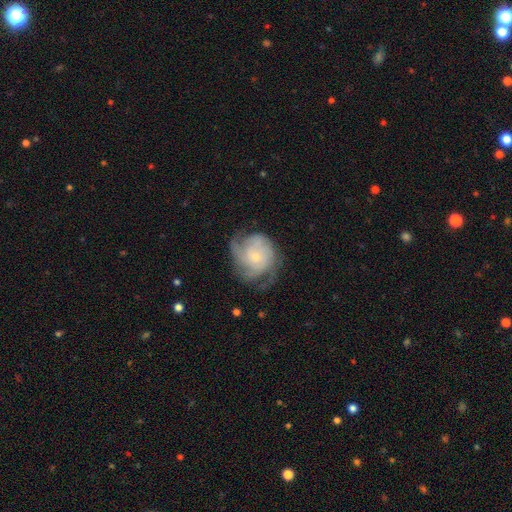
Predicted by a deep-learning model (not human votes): A featured or disk galaxy (77%) with no bar (81%), 3 (32%) tight (51%) spiral arms (92%) and a small central bulge (73%).

Vote fractions:
- Smooth or featured? featured or disk: 77% / smooth: 17% / star or artifact: 7%
- Edge-on disk? no: 98% / yes: 2%
- Bar? no: 81% / weak: 17% / strong: 3%
- Spiral arms? yes: 92% / no: 8%
- Spiral winding? tight: 51% / medium: 36% / loose: 14%
- Spiral arm count? 3: 32% / can't tell: 25% / 4: 19% / 2: 13% / more than 4: 6% / 1: 6%
- Bulge size? small: 73% / moderate: 22% / none: 2% / large: 2% / dominant: 1%
- Merging? none: 59% / minor disturbance: 22% / major disturbance: 17% / merger: 2%